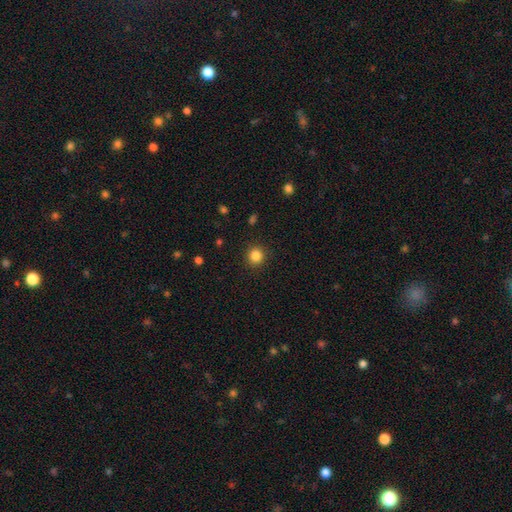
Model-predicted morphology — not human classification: smooth 85%, star or artifact 11%, featured or disk 4%. Down the decision tree: how rounded — round (91%); merging — none (90%).